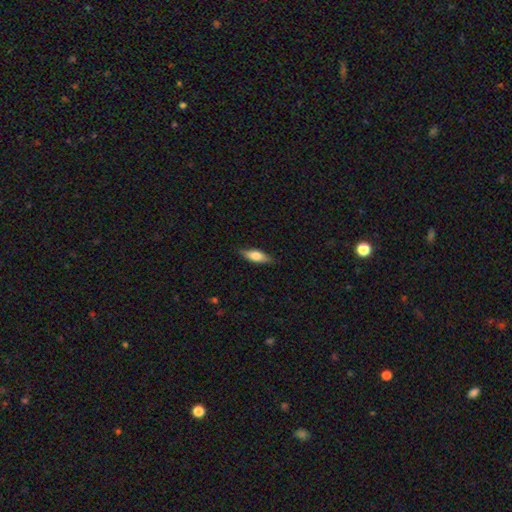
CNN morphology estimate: This appears to be a smooth galaxy with no disk features (61%) that is in between round and cigar-shaped (61%). Merging: none (83%).